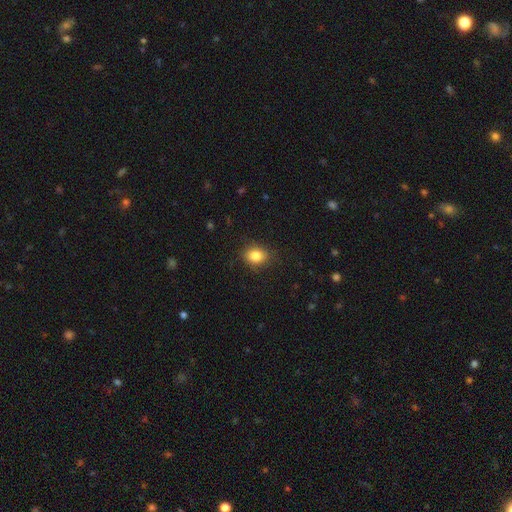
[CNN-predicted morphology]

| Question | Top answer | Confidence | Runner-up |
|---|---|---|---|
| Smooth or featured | smooth | 83% | star or artifact (10%) |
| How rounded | round | 53% | in between (46%) |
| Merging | none | 84% | minor disturbance (12%) |